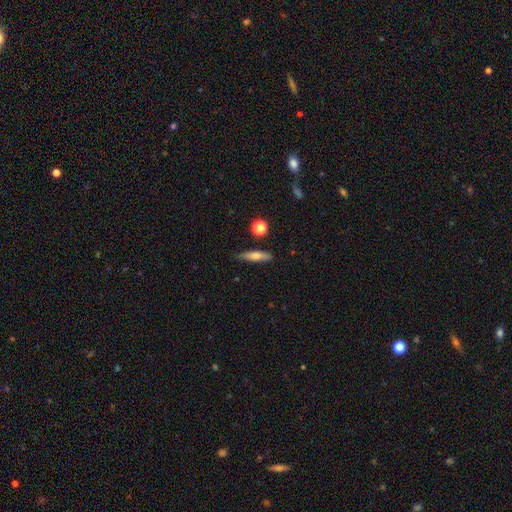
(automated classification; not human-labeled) The model was most divided on "smooth or featured": smooth: 63%, featured or disk: 30%, star or artifact: 8%. More confident: merging — none (82%); how rounded — cigar-shaped (77%).